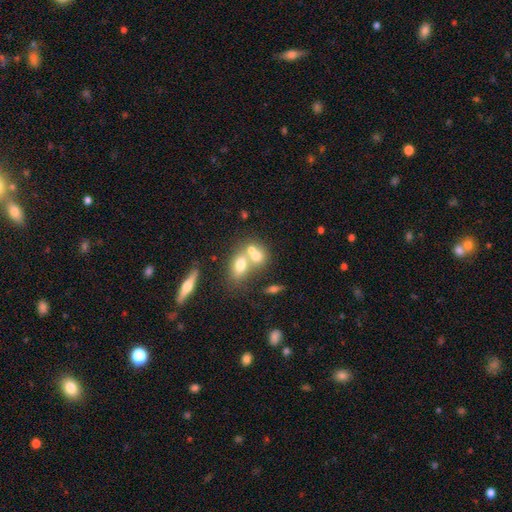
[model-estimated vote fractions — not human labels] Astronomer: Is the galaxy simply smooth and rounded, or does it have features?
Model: smooth — 62%.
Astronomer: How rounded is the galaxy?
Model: in between — 55% (runner-up: round, 42%).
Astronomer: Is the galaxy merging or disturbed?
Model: merger — 63%.